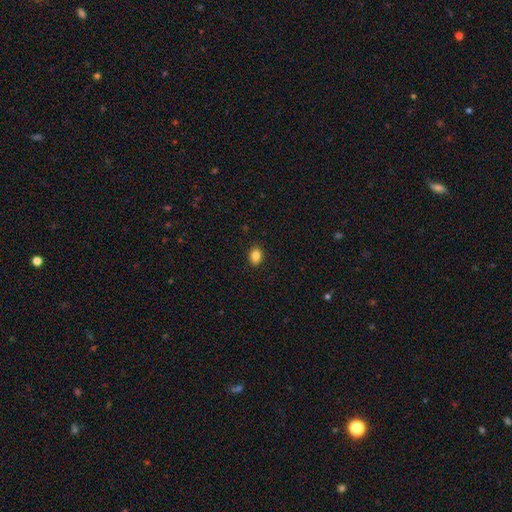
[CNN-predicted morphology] smooth_or_featured: smooth (p=0.86) [alt: star or artifact p=0.10]
how_rounded: in between (p=0.64) [alt: round p=0.35]
merging: none (p=0.90) [alt: minor disturbance p=0.07]